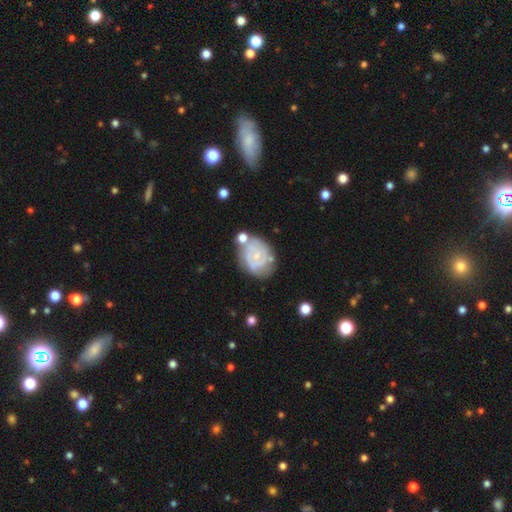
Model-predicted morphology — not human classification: The model was most divided on "spiral arm count": can't tell: 38%, 2: 35%, 3: 14%, 4: 5%, 1: 5%, more than 4: 4%. More confident: edge-on disk — no (98%); spiral arms — yes (84%); bulge size — small (74%); smooth or featured — featured or disk (72%); bar — no (71%); spiral winding — tight (63%); merging — none (59%).